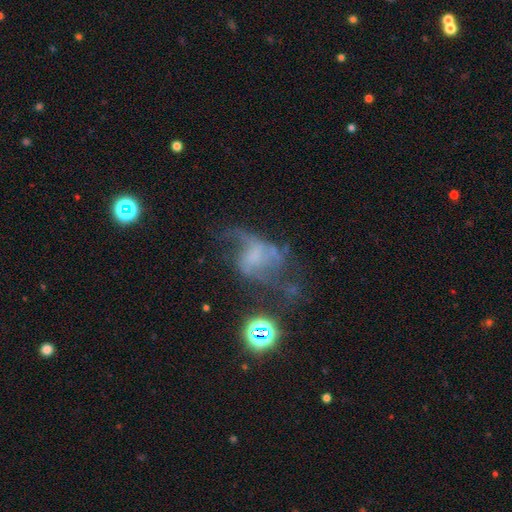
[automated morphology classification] This appears to be a featured or disk galaxy (58%) with no bar (69%), spiral arms (53%) and no central bulge (62%). Merging: major disturbance (45%).